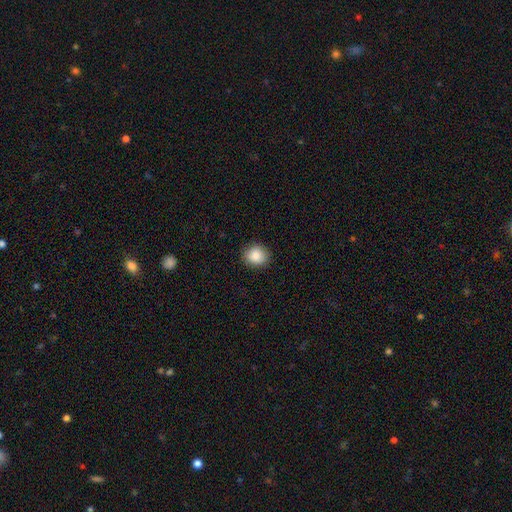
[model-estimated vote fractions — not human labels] Smooth or featured: smooth — 86% (star or artifact — 9%)
How rounded: round — 82% (in between — 17%)
Merging: none — 89% (minor disturbance — 8%)